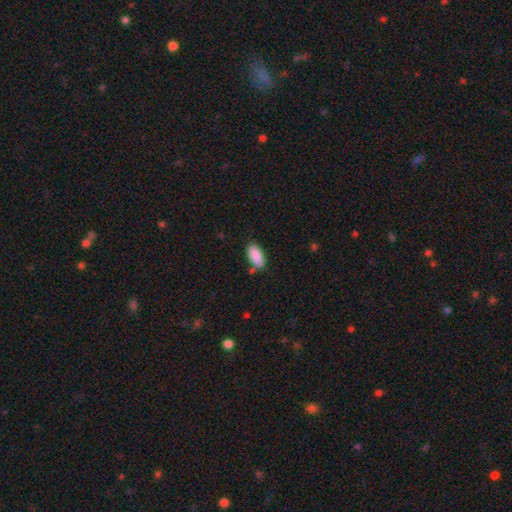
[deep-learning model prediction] The model was most divided on "merging": none: 78%, minor disturbance: 14%, merger: 5%, major disturbance: 3%. More confident: how rounded — in between (92%); smooth or featured — smooth (90%).